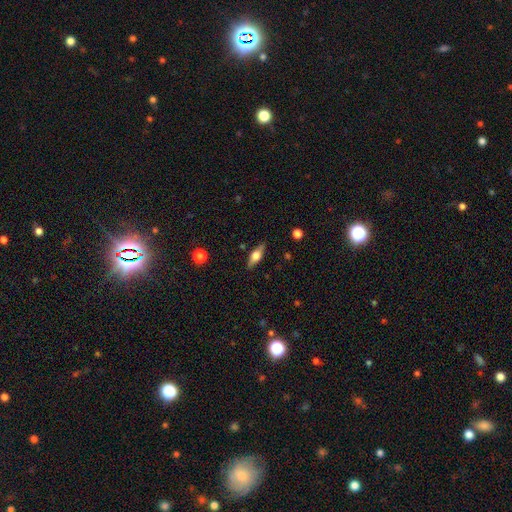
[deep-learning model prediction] Smooth or featured? Predicted: featured or disk (p=0.47). Merging? Predicted: none (p=0.86).